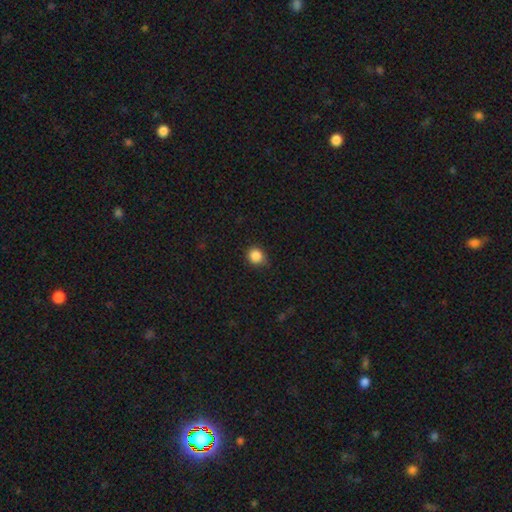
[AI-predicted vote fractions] Smooth or featured: smooth — 86% (star or artifact — 11%)
How rounded: round — 82% (in between — 18%)
Merging: none — 76% (minor disturbance — 20%)